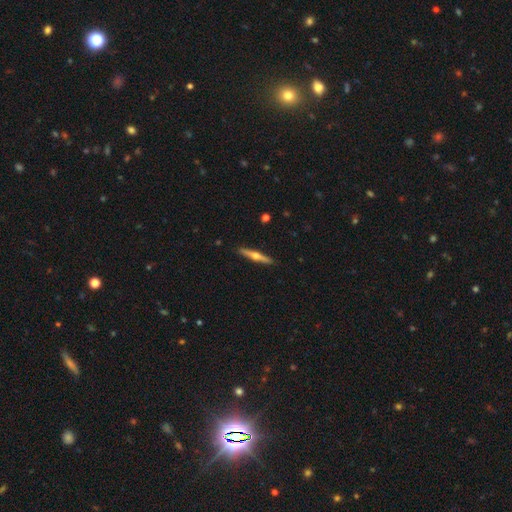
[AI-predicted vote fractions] Smooth or featured?
  - featured or disk: 65% *
  - smooth: 30%
  - star or artifact: 5%
Edge-on disk?
  - yes: 97% *
  - no: 3%
Edge-on bulge?
  - rounded: 93% *
  - none: 4%
  - boxy: 2%
Merging?
  - none: 91% *
  - minor disturbance: 6%
  - major disturbance: 1%
  - merger: 1%